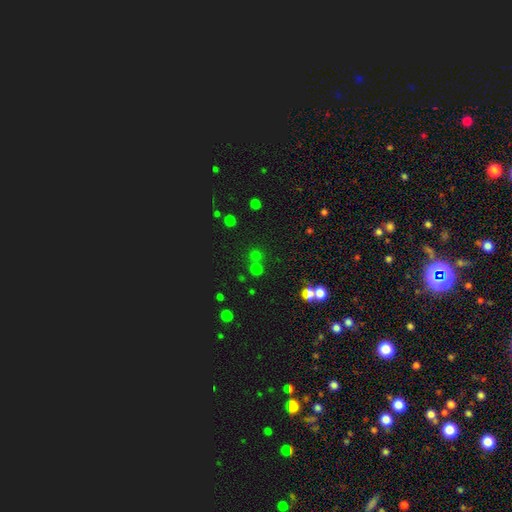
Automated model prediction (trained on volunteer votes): smooth_or_featured: smooth (p=0.54) [alt: star or artifact p=0.40]
how_rounded: round (p=0.90) [alt: in between p=0.09]
merging: none (p=0.70) [alt: merger p=0.19]